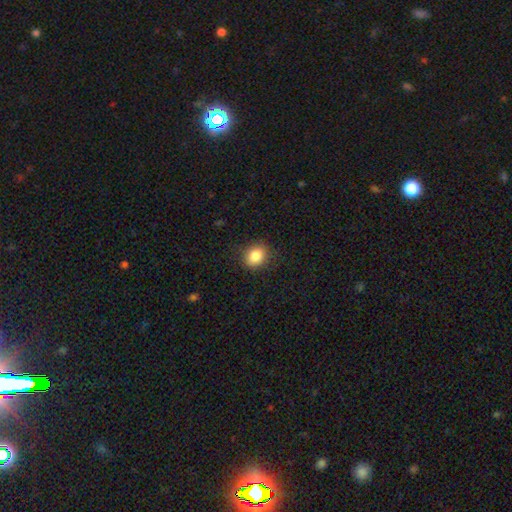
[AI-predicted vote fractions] smooth 85%, star or artifact 10%, featured or disk 6%. Down the decision tree: how rounded — round (55%); merging — none (85%).